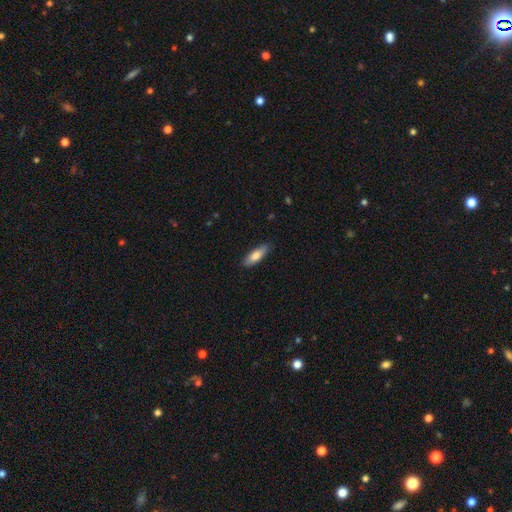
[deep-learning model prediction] Smooth or featured? Predicted: smooth (p=0.76). How rounded? Predicted: in between (p=0.52). Merging? Predicted: none (p=0.86).